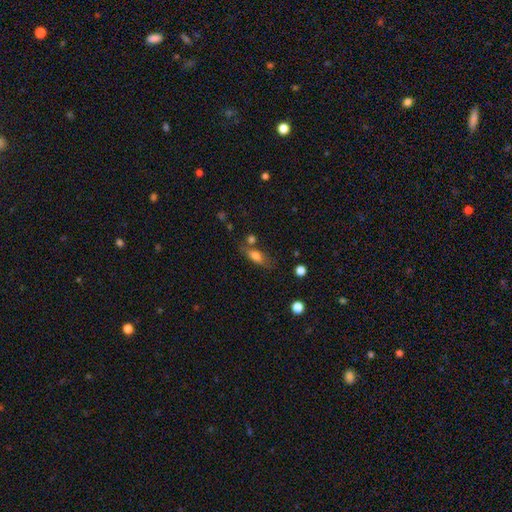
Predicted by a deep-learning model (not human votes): smooth_or_featured: smooth (p=0.71) [alt: featured or disk p=0.19]
how_rounded: in between (p=0.72) [alt: cigar-shaped p=0.22]
merging: none (p=0.58) [alt: minor disturbance p=0.20]